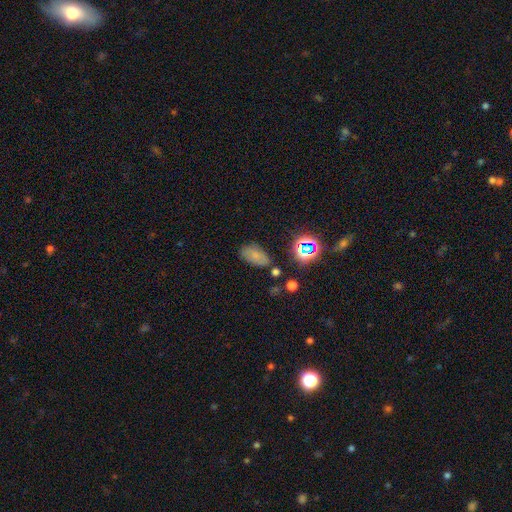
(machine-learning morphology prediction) type=smooth (68%); roundness=in between (90%); merging=none (69%).